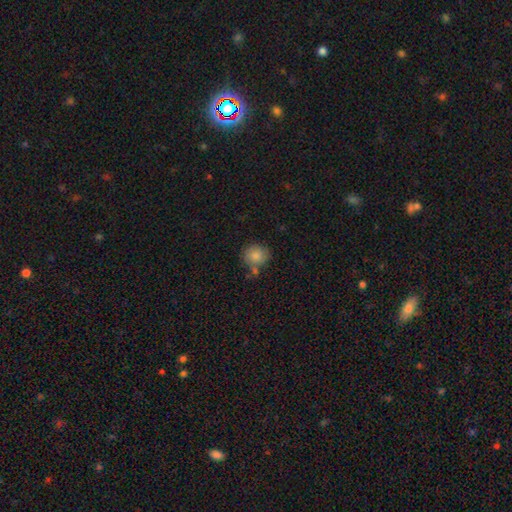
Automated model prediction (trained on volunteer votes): Smooth or featured? smooth (84%)
How rounded? round (82%)
Merging? none (65%)